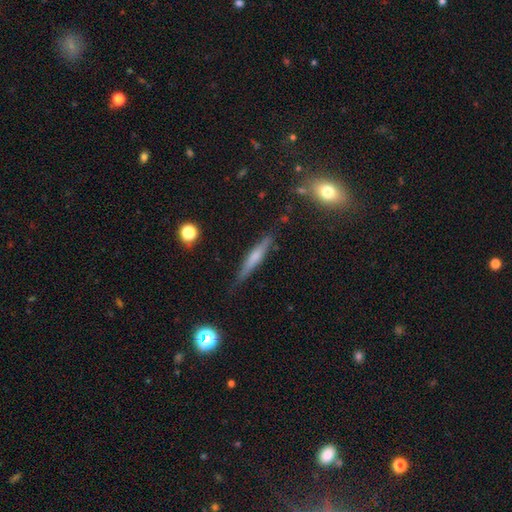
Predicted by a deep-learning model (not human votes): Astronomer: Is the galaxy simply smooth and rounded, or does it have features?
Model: featured or disk — 50% (runner-up: smooth, 42%).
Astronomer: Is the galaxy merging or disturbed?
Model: none — 82%.